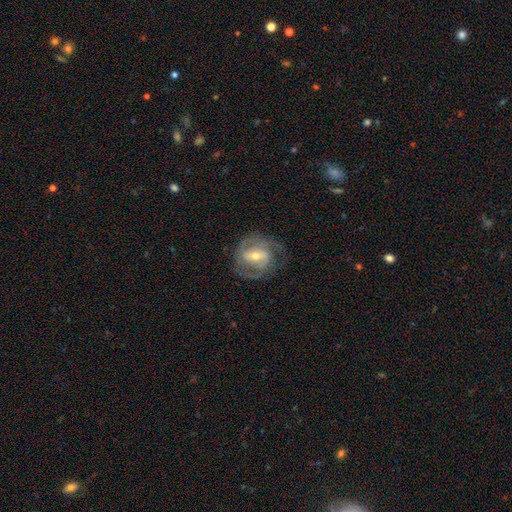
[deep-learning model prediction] Smooth or featured? Predicted: featured or disk (p=0.83). Edge-on disk? Predicted: no (p=0.97). Bar? Predicted: weak (p=0.45). Spiral arms? Predicted: yes (p=0.92). Spiral winding? Predicted: medium (p=0.47). Spiral arm count? Predicted: 2 (p=0.72). Bulge size? Predicted: moderate (p=0.54). Merging? Predicted: none (p=0.73).